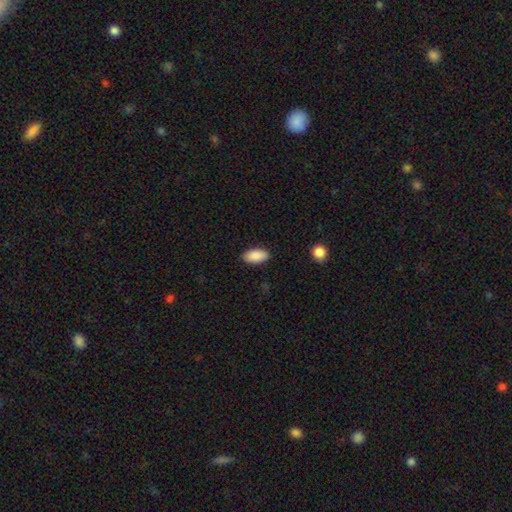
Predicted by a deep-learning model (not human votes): Smooth or featured?
  - smooth: 90% *
  - star or artifact: 6%
  - featured or disk: 4%
How rounded?
  - in between: 92% *
  - cigar-shaped: 5%
  - round: 2%
Merging?
  - none: 88% *
  - minor disturbance: 9%
  - major disturbance: 2%
  - merger: 1%